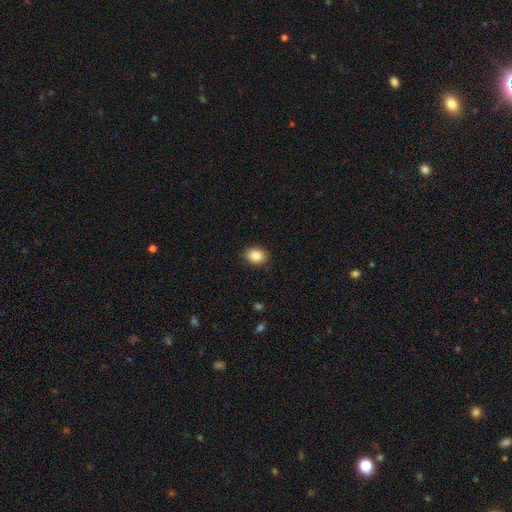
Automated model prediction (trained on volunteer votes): The model was most divided on "how rounded": in between: 59%, round: 40%, cigar-shaped: 1%. More confident: merging — none (88%); smooth or featured — smooth (87%).